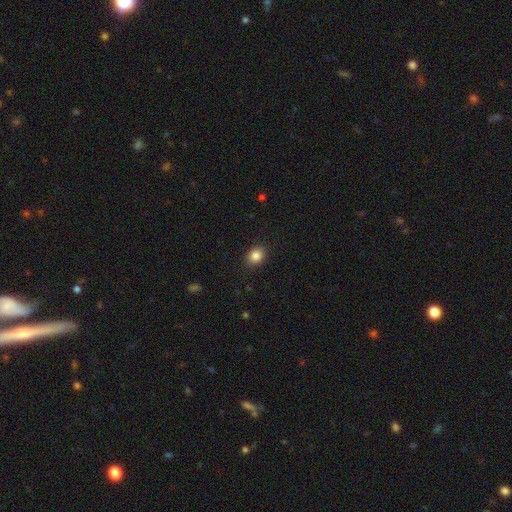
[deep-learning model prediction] smooth_or_featured: smooth (p=0.85) [alt: star or artifact p=0.10]
how_rounded: round (p=0.51) [alt: in between p=0.48]
merging: none (p=0.87) [alt: minor disturbance p=0.09]